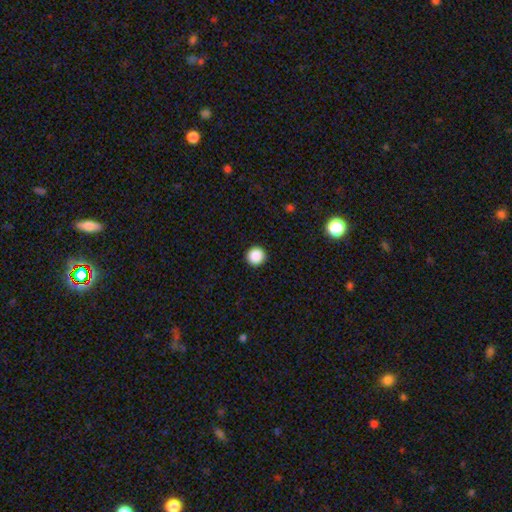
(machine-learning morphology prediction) Q: Smooth or featured?
A: smooth (88%); runner-up: star or artifact (10%)
Q: How rounded?
A: round (96%); runner-up: in between (3%)
Q: Merging?
A: none (93%); runner-up: minor disturbance (4%)